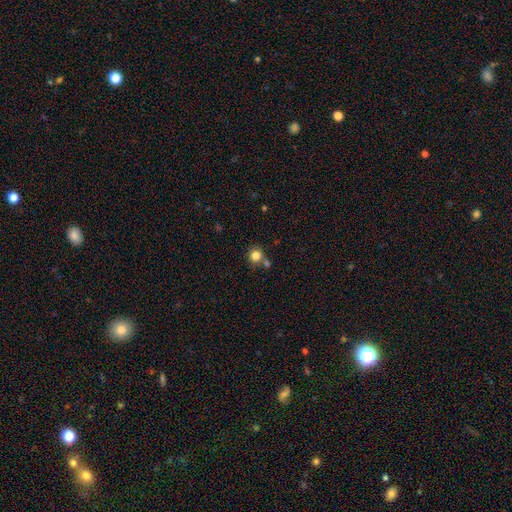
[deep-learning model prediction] The model was most divided on "merging": none: 66%, merger: 19%, minor disturbance: 10%, major disturbance: 4%. More confident: how rounded — round (90%); smooth or featured — smooth (83%).